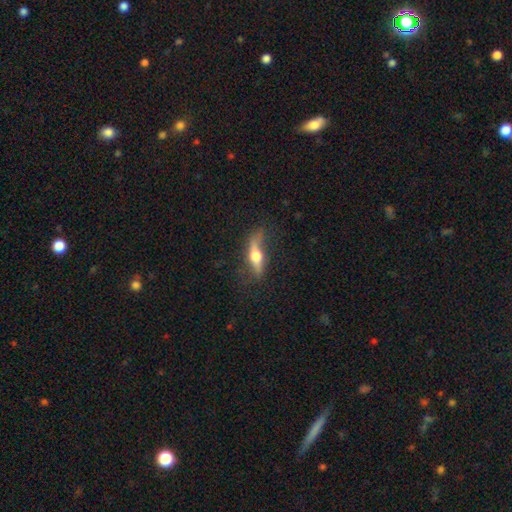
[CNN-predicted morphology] A featured or disk galaxy (56%) viewed edge-on (78%). Merging: none (63%).